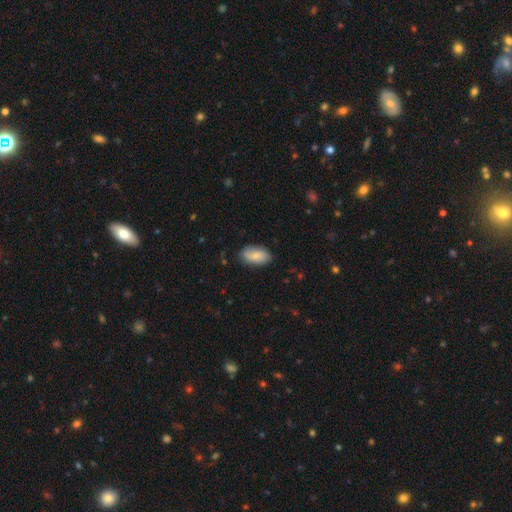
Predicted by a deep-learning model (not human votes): The model was most divided on "smooth or featured": smooth: 75%, featured or disk: 19%, star or artifact: 6%. More confident: how rounded — in between (93%); merging — none (80%).